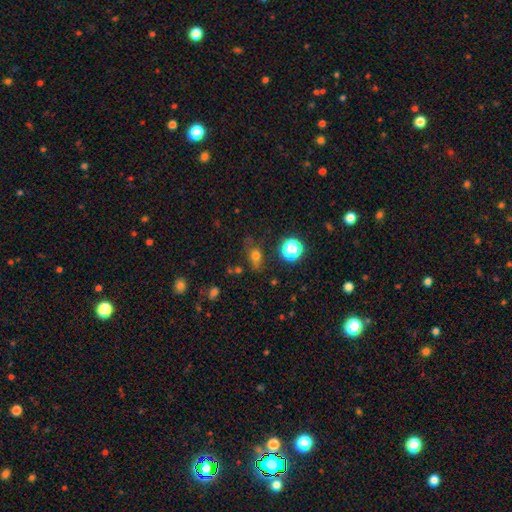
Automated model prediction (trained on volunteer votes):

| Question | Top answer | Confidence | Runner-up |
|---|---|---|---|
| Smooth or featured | smooth | 65% | star or artifact (20%) |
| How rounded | in between | 56% | round (36%) |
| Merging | none | 63% | minor disturbance (22%) |